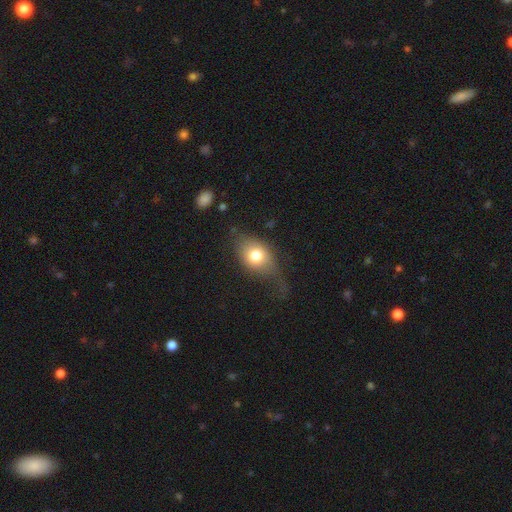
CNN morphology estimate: This appears to be a smooth galaxy with no disk features (72%) that is in between round and cigar-shaped (64%). Merging: none (45%).